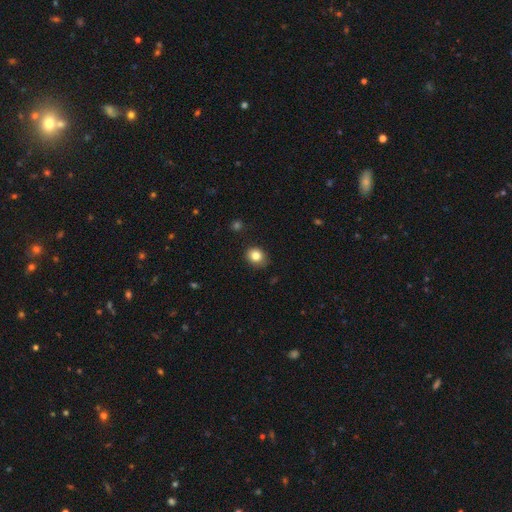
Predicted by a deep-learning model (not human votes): Q: Smooth or featured?
A: smooth (82%); runner-up: star or artifact (11%)
Q: How rounded?
A: round (67%); runner-up: in between (32%)
Q: Merging?
A: none (81%); runner-up: minor disturbance (15%)